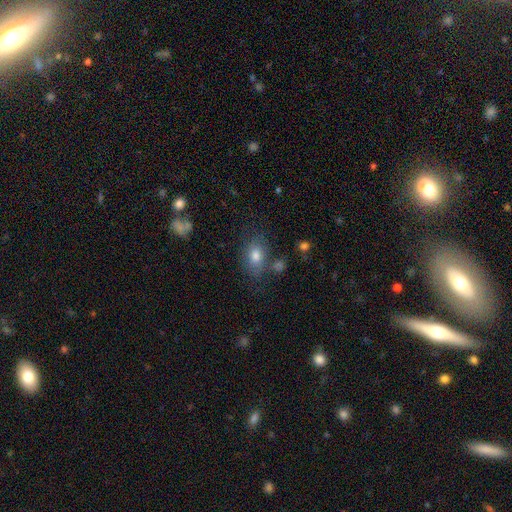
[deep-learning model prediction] A smooth galaxy with no disk features (77%) that is in between round and cigar-shaped (80%). Merging: none (71%).